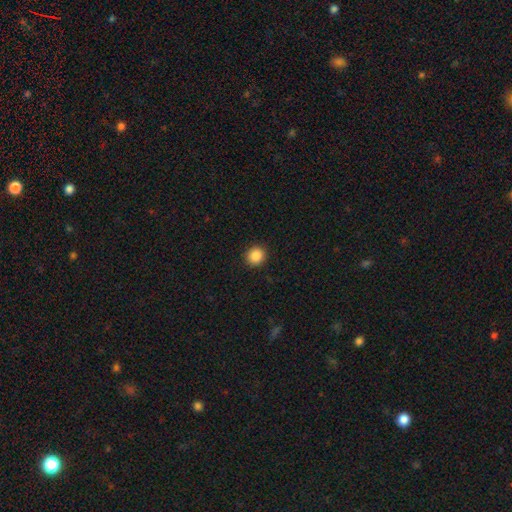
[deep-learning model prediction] Smooth or featured?
  - smooth: 88% *
  - star or artifact: 9%
  - featured or disk: 3%
How rounded?
  - round: 90% *
  - in between: 9%
  - cigar-shaped: 1%
Merging?
  - none: 92% *
  - minor disturbance: 5%
  - major disturbance: 2%
  - merger: 1%